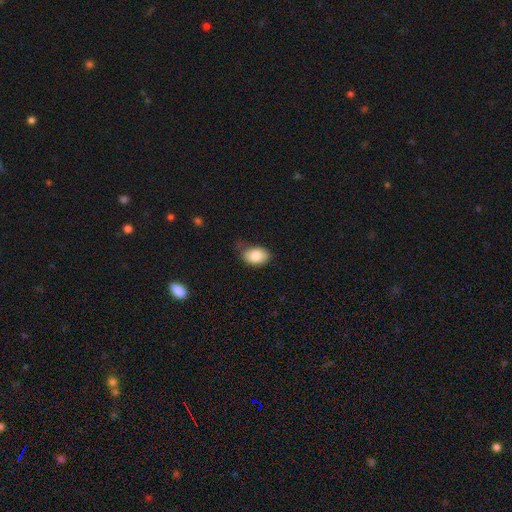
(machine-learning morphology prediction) Smooth or featured? smooth (85%)
How rounded? in between (86%)
Merging? none (63%)